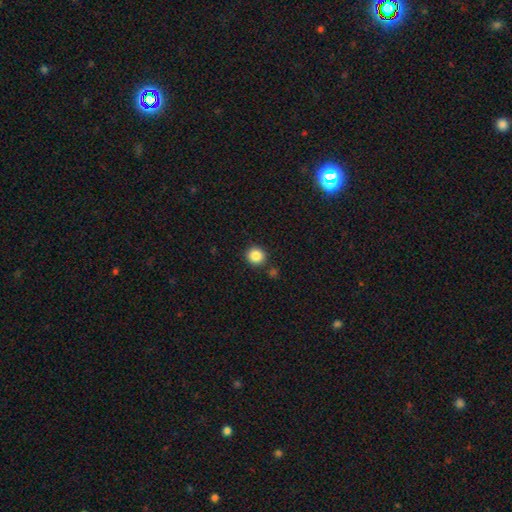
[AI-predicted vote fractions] smooth 86%, star or artifact 10%, featured or disk 4%. Down the decision tree: how rounded — round (92%); merging — none (87%).